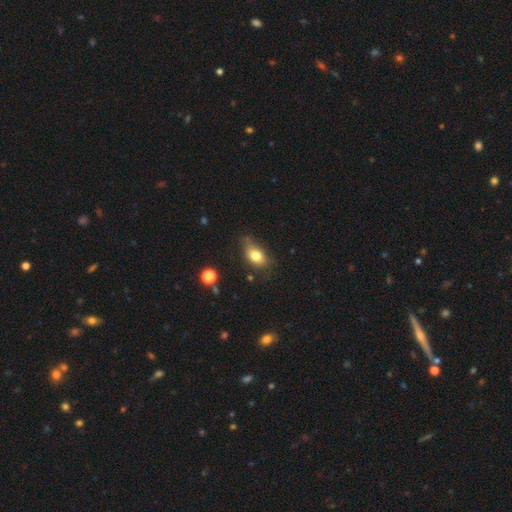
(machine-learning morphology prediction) A smooth galaxy with no disk features (79%) that is in between round and cigar-shaped (82%).

Vote fractions:
- Smooth or featured? smooth: 79% / featured or disk: 11% / star or artifact: 9%
- How rounded? in between: 82% / round: 16% / cigar-shaped: 3%
- Merging? none: 68% / minor disturbance: 24% / major disturbance: 5% / merger: 3%